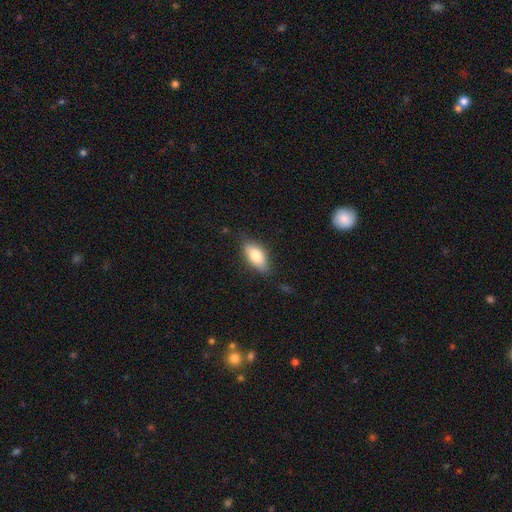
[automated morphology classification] A smooth galaxy with no disk features (77%) that is in between round and cigar-shaped (87%).

Vote fractions:
- Smooth or featured? smooth: 77% / featured or disk: 16% / star or artifact: 7%
- How rounded? in between: 87% / cigar-shaped: 9% / round: 4%
- Merging? none: 79% / minor disturbance: 16% / major disturbance: 3% / merger: 1%